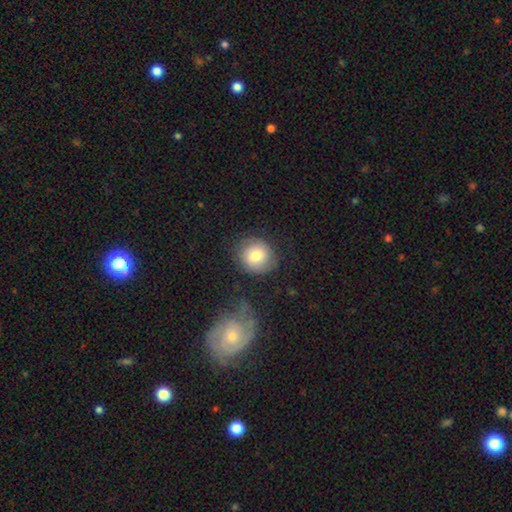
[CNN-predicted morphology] Smooth or featured? Predicted: smooth (p=0.70). How rounded? Predicted: round (p=0.85). Merging? Predicted: none (p=0.74).